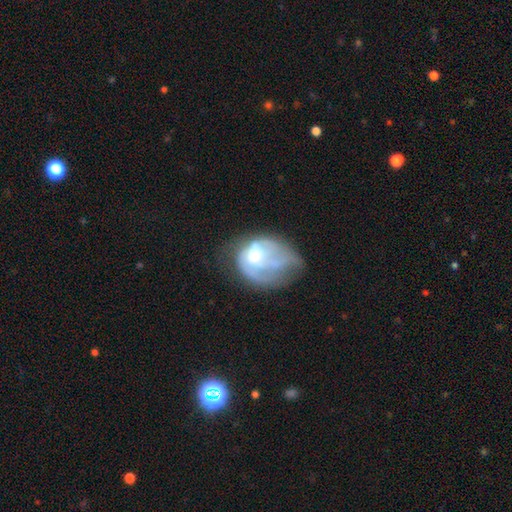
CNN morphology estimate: smooth-or-featured: featured or disk: 55% | smooth: 36% | star or artifact: 8%
  disk-edge-on: no: 97% | yes: 3%
    bar: no: 73% | weak: 22% | strong: 5%
    has-spiral-arms: no: 55% | yes: 45%
    bulge-size: moderate: 51% | large: 20% | small: 15% | none: 12% | dominant: 3%
  merging: major disturbance: 49% | minor disturbance: 22% | none: 20% | merger: 9%